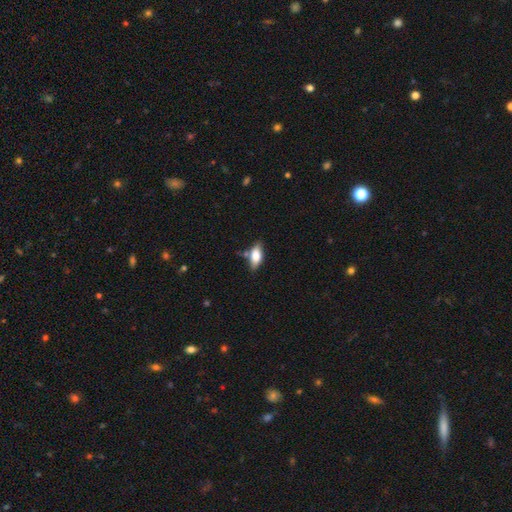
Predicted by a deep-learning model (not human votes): Smooth or featured: smooth — 75% (featured or disk — 17%)
How rounded: in between — 85% (cigar-shaped — 11%)
Merging: none — 68% (minor disturbance — 19%)